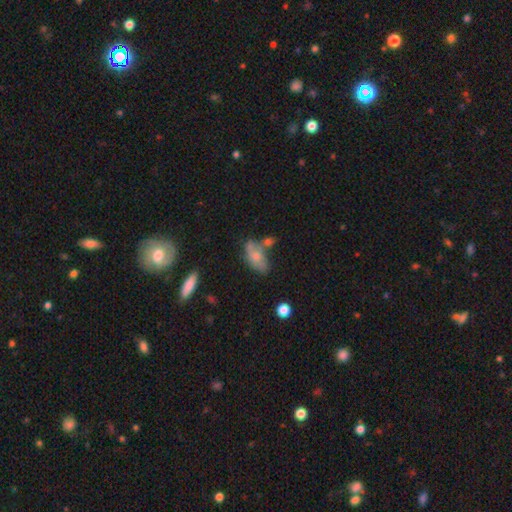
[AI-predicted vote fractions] This appears to be a smooth galaxy with no disk features (66%) that is in between round and cigar-shaped (87%). Merging: none (44%).